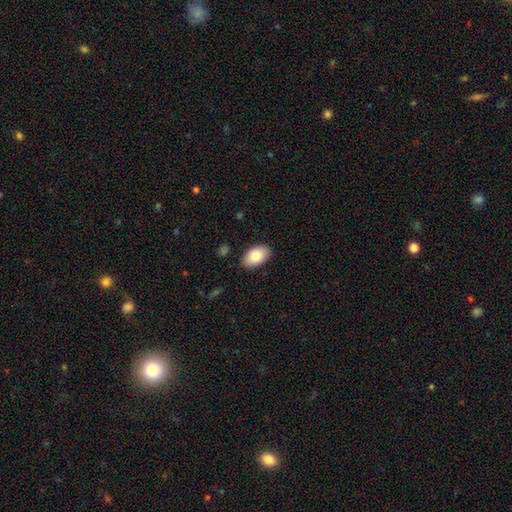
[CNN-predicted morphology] This is clearly a smooth galaxy (81%). How rounded: clearly in between (93%). Merging: clearly none (88%).